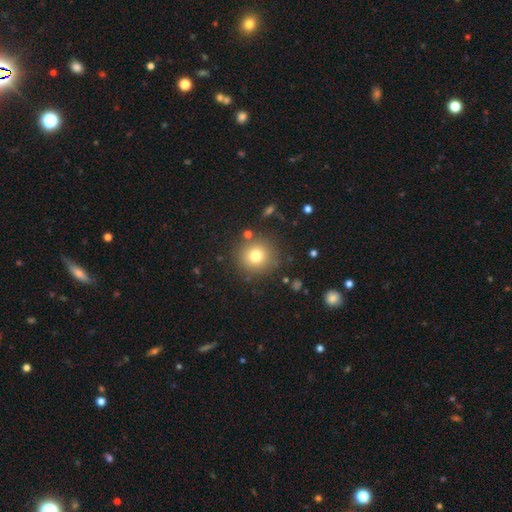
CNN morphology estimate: Overall: smooth (76%). How rounded: round (93%). Merging: none (86%).